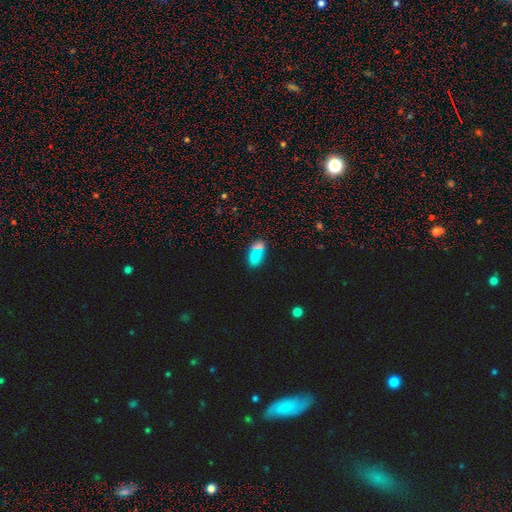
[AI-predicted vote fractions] This appears to be a smooth galaxy with no disk features (65%) that is in between round and cigar-shaped (84%). Merging: none (66%).